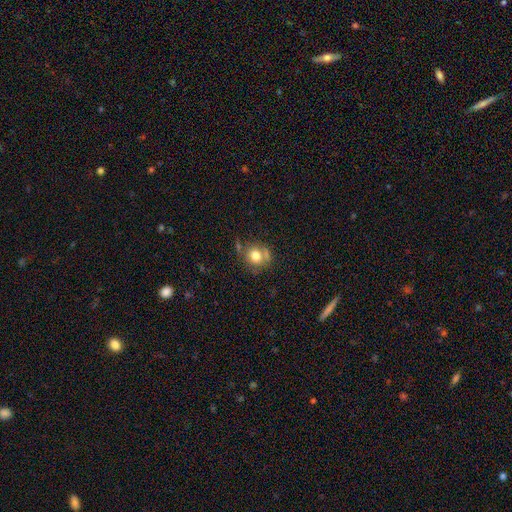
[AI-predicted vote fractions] Smooth or featured: smooth — 75% (featured or disk — 14%)
How rounded: round — 81% (in between — 18%)
Merging: none — 62% (minor disturbance — 18%)